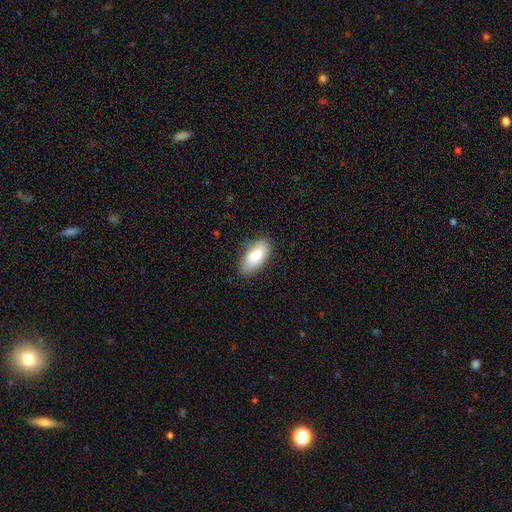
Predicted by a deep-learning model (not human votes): Smooth or featured? Predicted: smooth (p=0.82). How rounded? Predicted: in between (p=0.87). Merging? Predicted: none (p=0.76).